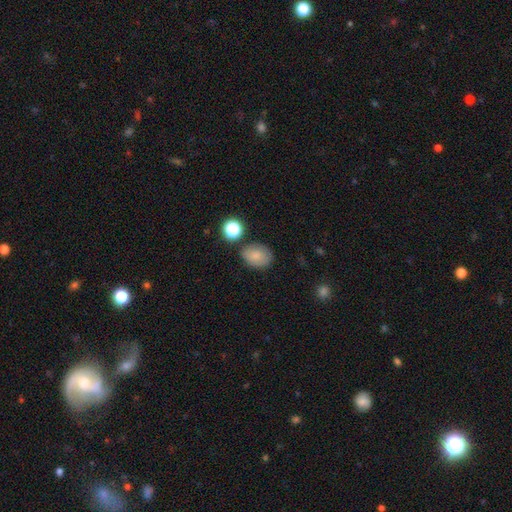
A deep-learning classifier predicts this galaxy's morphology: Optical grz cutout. It shows a smooth galaxy with no disk features (78%) that is in between round and cigar-shaped (63%). Merging: none (75%).